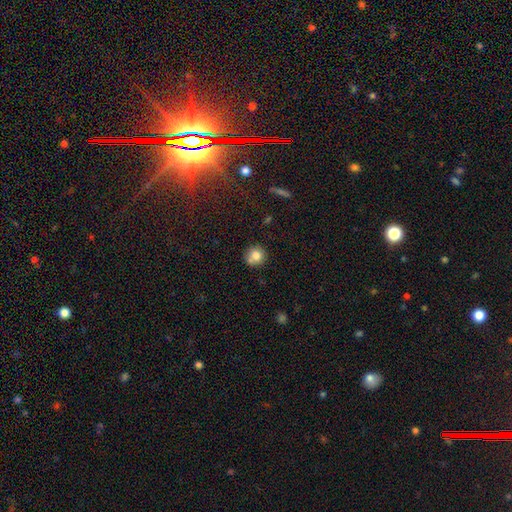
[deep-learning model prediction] Morphology: type=smooth (78%); roundness=round (92%); merging=none (69%).